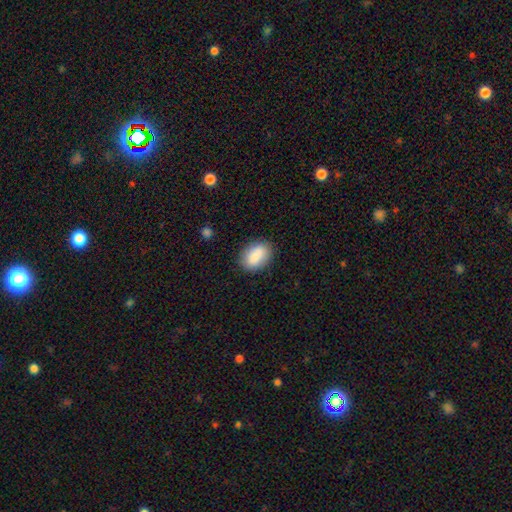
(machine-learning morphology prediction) Overall: smooth (87%). How rounded: in between (82%). Merging: none (84%).